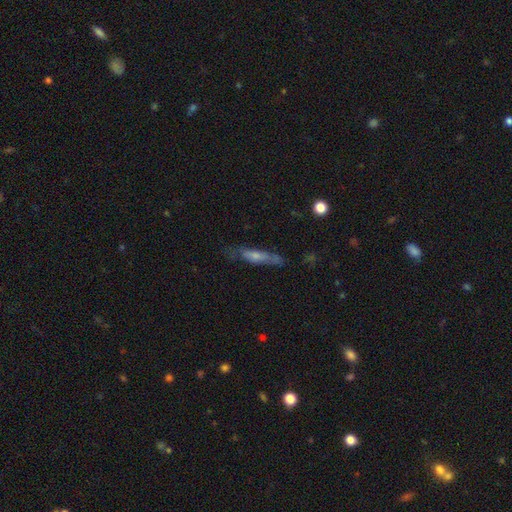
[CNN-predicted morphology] This is possibly a featured or disk galaxy (53%). It is likely viewed edge-on (68%). Merging: likely none (67%).